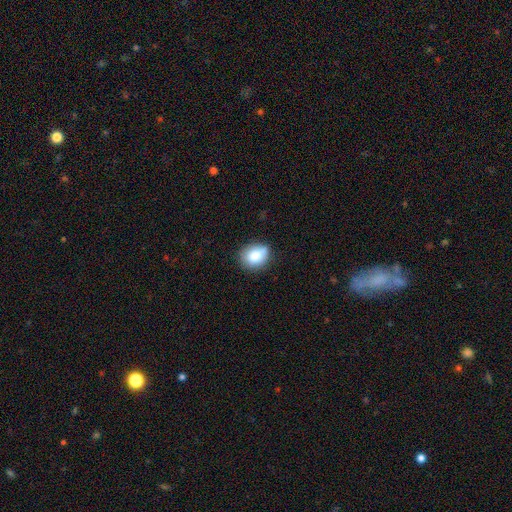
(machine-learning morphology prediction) smooth-or-featured: smooth: 81% | featured or disk: 10% | star or artifact: 9%
  how-rounded: round: 52% | in between: 47% | cigar-shaped: 1%
  merging: none: 72% | minor disturbance: 22% | major disturbance: 4% | merger: 2%